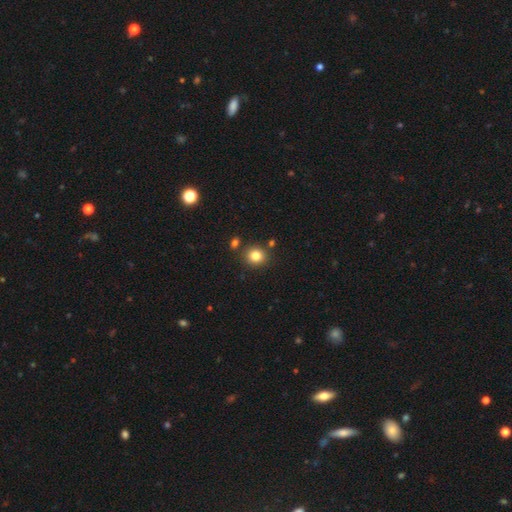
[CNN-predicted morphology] Smooth or featured? Predicted: smooth (p=0.82). How rounded? Predicted: round (p=0.78). Merging? Predicted: none (p=0.82).